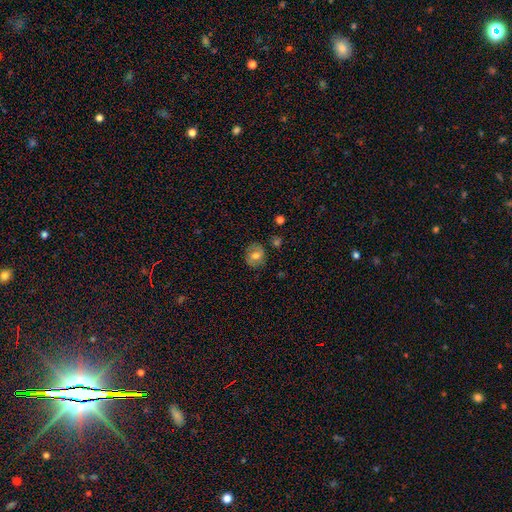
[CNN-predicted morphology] Smooth or featured? Predicted: smooth (p=0.60). How rounded? Predicted: round (p=0.64). Merging? Predicted: none (p=0.77).